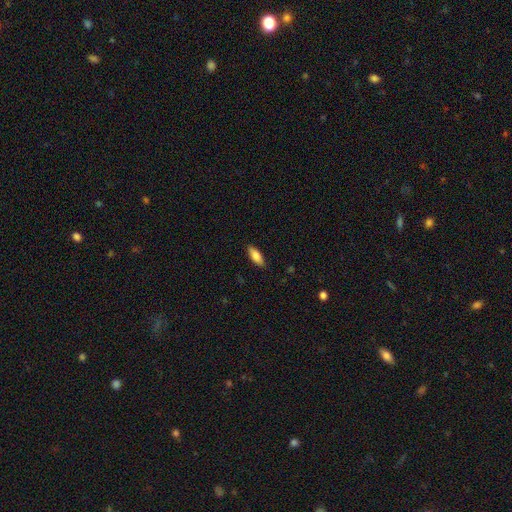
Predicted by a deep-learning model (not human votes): smooth 83%, featured or disk 11%, star or artifact 6%. Down the decision tree: how rounded — in between (74%); merging — none (87%).